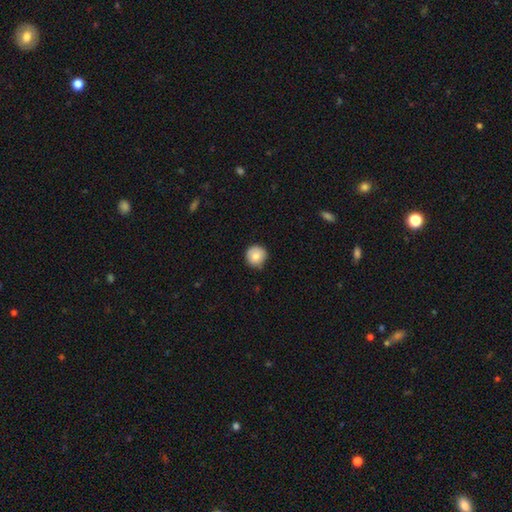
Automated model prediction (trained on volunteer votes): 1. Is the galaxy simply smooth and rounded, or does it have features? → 80% smooth, 11% featured or disk, 9% star or artifact.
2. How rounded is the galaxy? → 95% round, 4% in between, 1% cigar-shaped.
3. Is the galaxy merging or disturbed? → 82% none, 15% minor disturbance, 2% major disturbance, 1% merger.